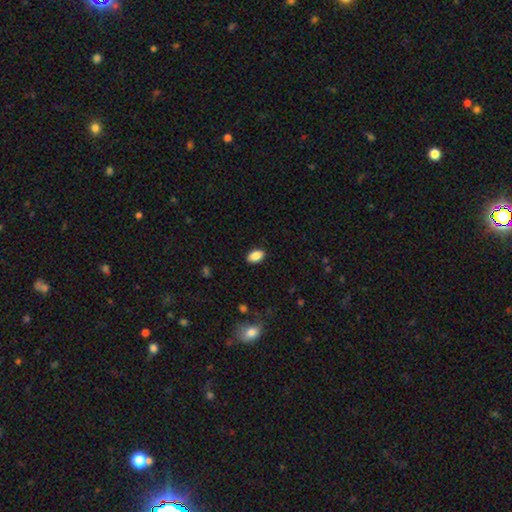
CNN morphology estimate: smooth 87%, star or artifact 8%, featured or disk 5%. Down the decision tree: how rounded — in between (91%); merging — none (88%).